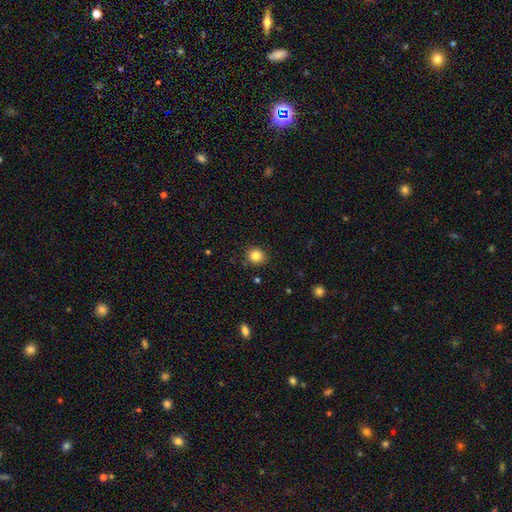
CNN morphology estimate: Smooth or featured: smooth — 84% (star or artifact — 11%)
How rounded: round — 89% (in between — 10%)
Merging: none — 90% (minor disturbance — 7%)